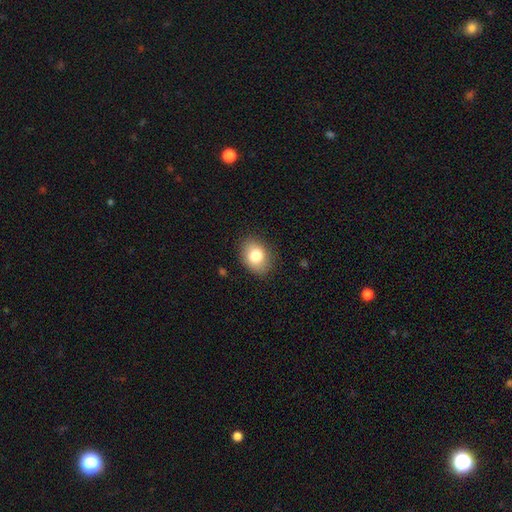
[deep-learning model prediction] Smooth or featured? smooth (80%)
How rounded? in between (64%)
Merging? none (85%)